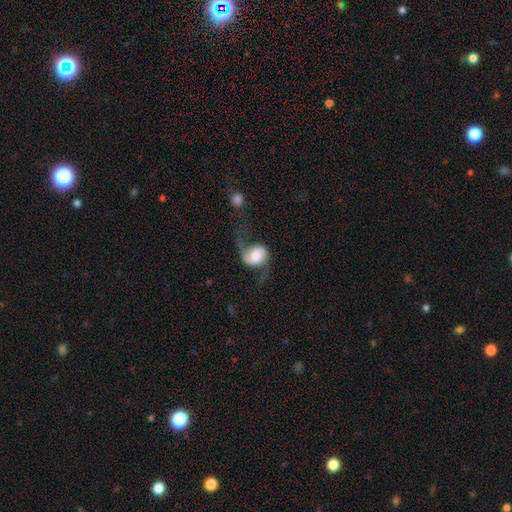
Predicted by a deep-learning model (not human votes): Smooth or featured: featured or disk — 76% (smooth — 17%)
Edge-on disk: no — 98% (yes — 2%)
Bar: no — 49% (weak — 37%)
Spiral arms: yes — 95% (no — 5%)
Spiral winding: loose — 77% (medium — 19%)
Spiral arm count: 2 — 91% (1 — 4%)
Bulge size: large — 35% (moderate — 26%)
Merging: none — 53% (major disturbance — 23%)